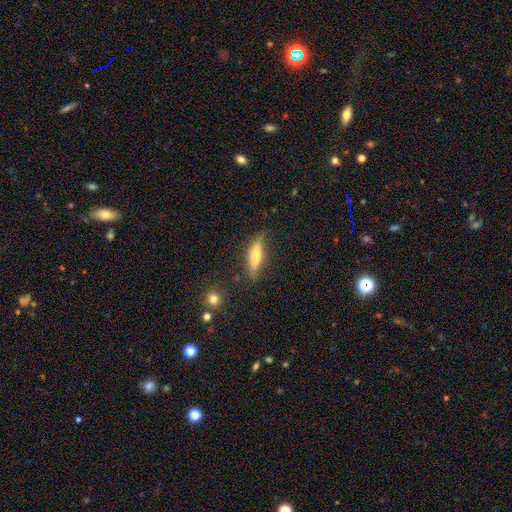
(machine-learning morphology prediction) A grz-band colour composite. It shows a smooth galaxy with no disk features (61%) that is cigar-shaped (72%). Merging: none (77%).